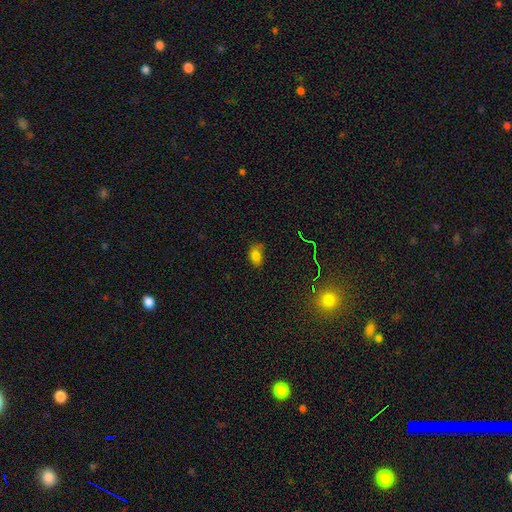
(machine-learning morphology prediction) Overall: smooth (74%). How rounded: in between (85%). Merging: none (55%; minor disturbance 30%).